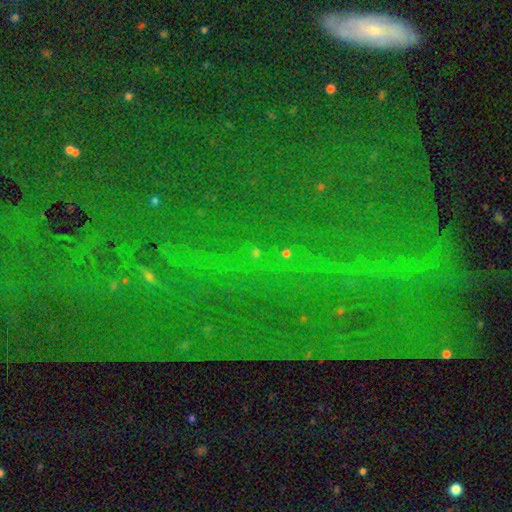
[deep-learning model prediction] Smooth or featured?
  - star or artifact: 82% *
  - smooth: 10%
  - featured or disk: 8%